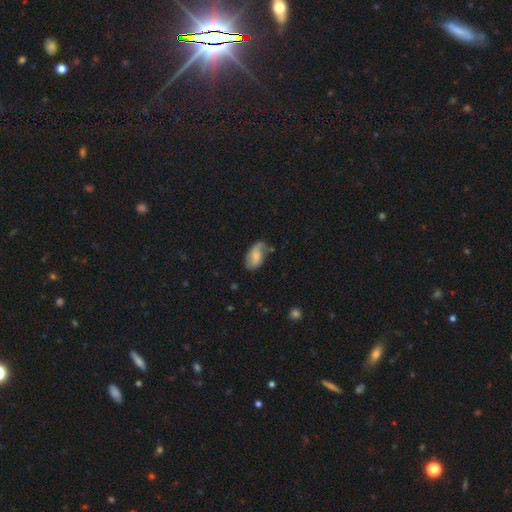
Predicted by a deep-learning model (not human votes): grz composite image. It shows a smooth galaxy with no disk features (54%) that is in between round and cigar-shaped (93%). Merging: none (58%).